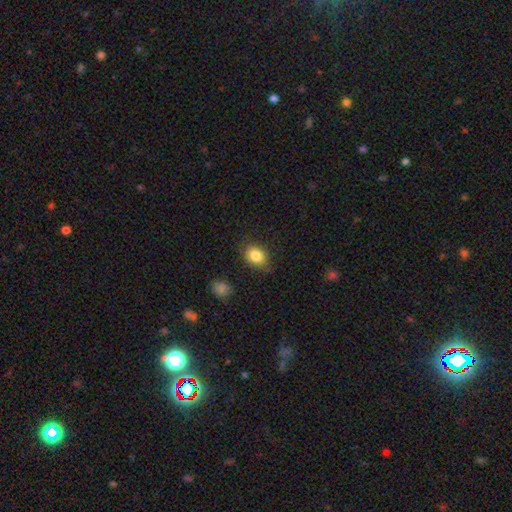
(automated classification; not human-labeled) smooth_or_featured: smooth (p=0.83) [alt: star or artifact p=0.09]
how_rounded: in between (p=0.65) [alt: round p=0.34]
merging: none (p=0.71) [alt: minor disturbance p=0.23]